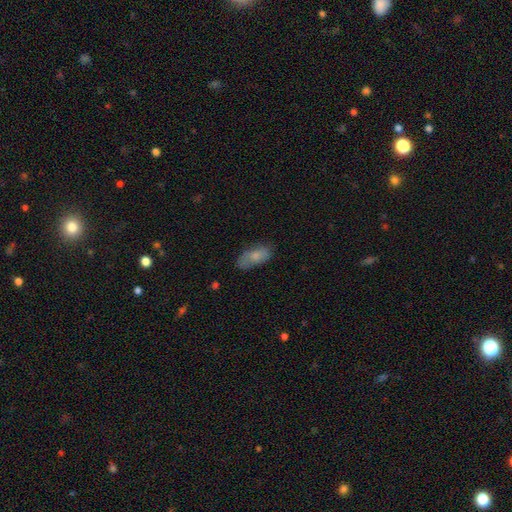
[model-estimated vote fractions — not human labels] Smooth or featured: smooth — 73% (featured or disk — 20%)
How rounded: in between — 87% (cigar-shaped — 10%)
Merging: none — 69% (minor disturbance — 23%)